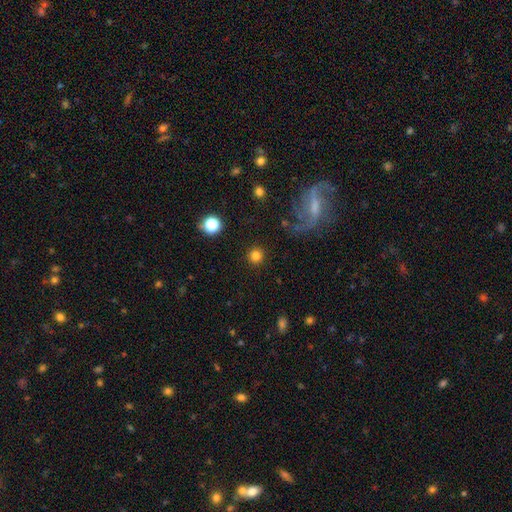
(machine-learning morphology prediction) This appears to be a smooth galaxy with no disk features (80%) that is round (94%). Merging: none (89%).